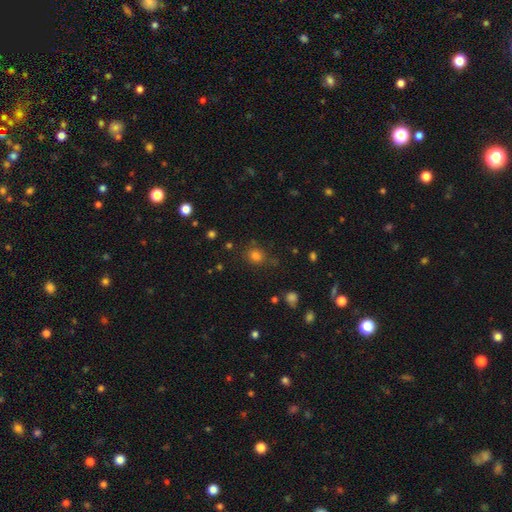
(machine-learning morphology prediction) Smooth or featured? Predicted: smooth (p=0.77). How rounded? Predicted: round (p=0.80). Merging? Predicted: none (p=0.77).